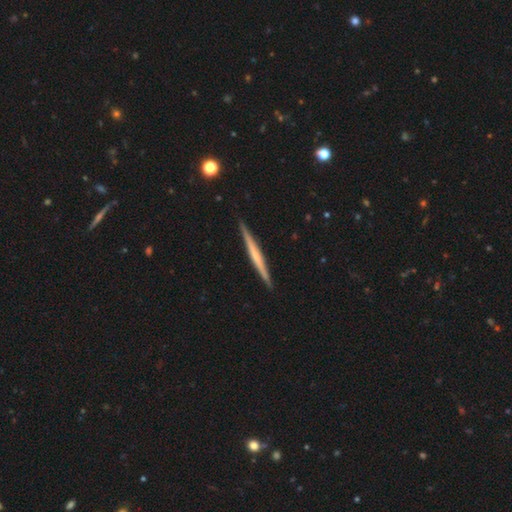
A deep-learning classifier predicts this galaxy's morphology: Smooth or featured? Predicted: featured or disk (p=0.59). Edge-on disk? Predicted: yes (p=0.98). Edge-on bulge? Predicted: none (p=0.70). Merging? Predicted: none (p=0.92).